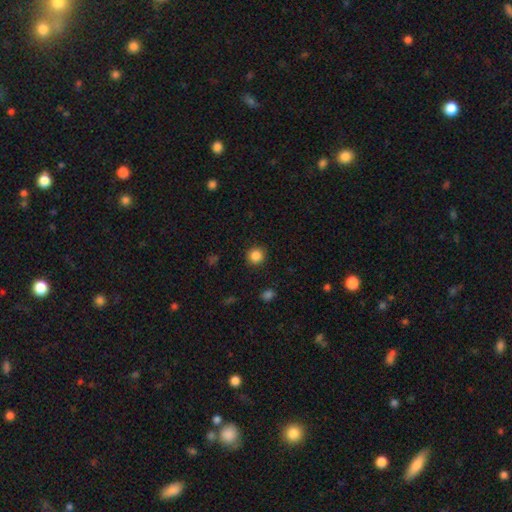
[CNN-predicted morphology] A smooth galaxy with no disk features (85%) that is round (92%). Merging: none (91%).